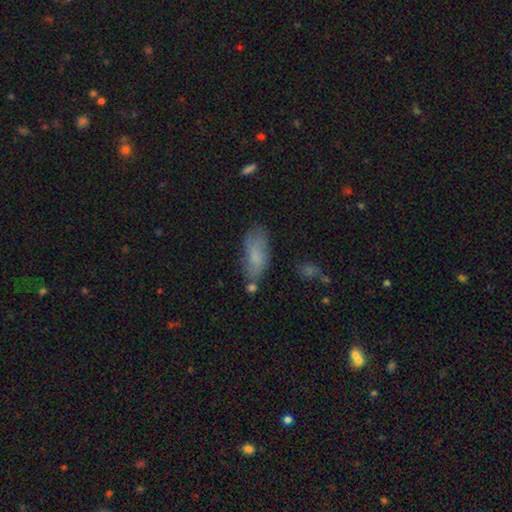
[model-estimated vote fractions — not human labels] Overall: smooth (73%). How rounded: in between (83%). Merging: none (62%; minor disturbance 24%).